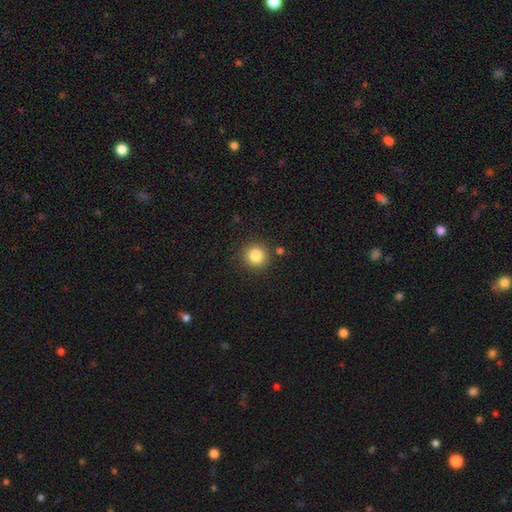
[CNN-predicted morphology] Smooth or featured? smooth (84%)
How rounded? round (93%)
Merging? none (88%)